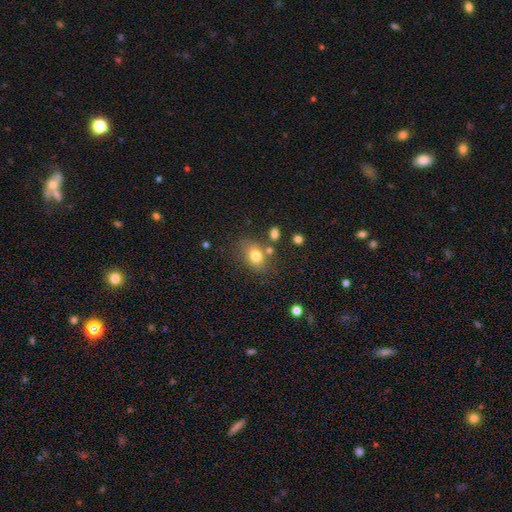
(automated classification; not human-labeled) smooth 77%, featured or disk 12%, star or artifact 11%. Down the decision tree: how rounded — in between (69%); merging — none (65%).